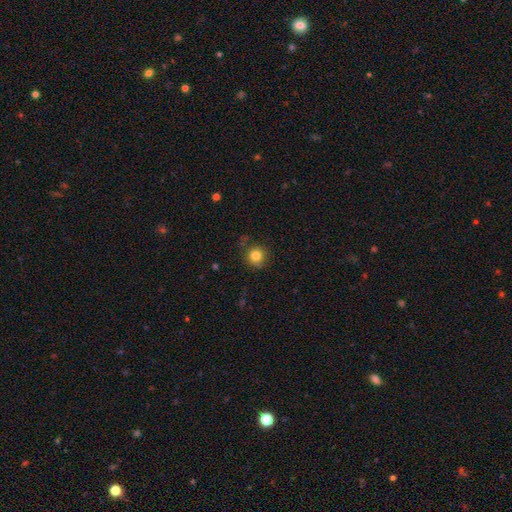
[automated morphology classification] smooth 82%, star or artifact 12%, featured or disk 7%. Down the decision tree: how rounded — round (91%); merging — none (78%).